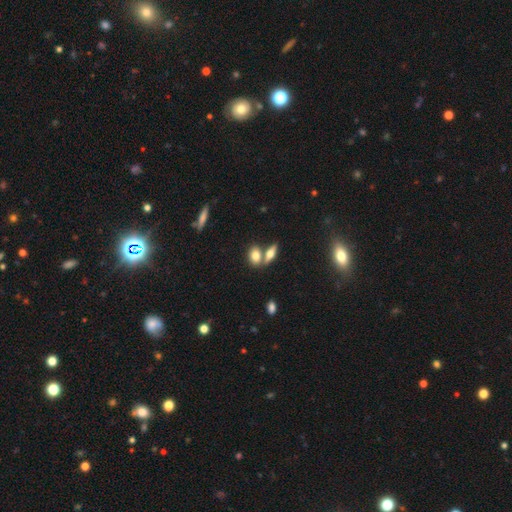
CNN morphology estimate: Smooth or featured? Predicted: smooth (p=0.75). How rounded? Predicted: in between (p=0.77). Merging? Predicted: none (p=0.47).